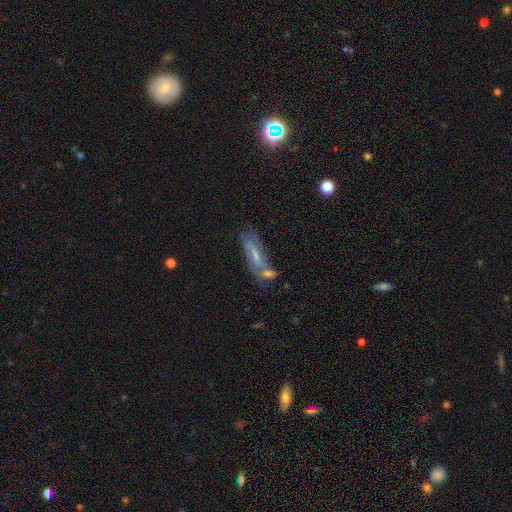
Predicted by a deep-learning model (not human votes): A featured or disk galaxy (56%).

Vote fractions:
- Smooth or featured? featured or disk: 56% / smooth: 33% / star or artifact: 11%
- Edge-on disk? no: 72% / yes: 28%
- Merging? none: 47% / merger: 24% / minor disturbance: 20% / major disturbance: 10%